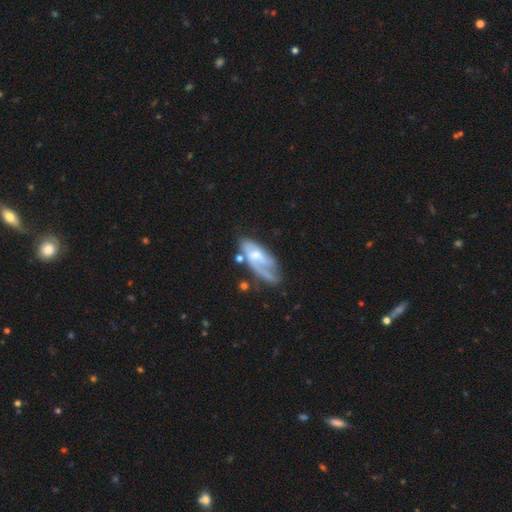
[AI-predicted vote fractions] smooth-or-featured: featured or disk: 63% | smooth: 31% | star or artifact: 6%
  disk-edge-on: no: 89% | yes: 11%
    bar: no: 50% | weak: 39% | strong: 12%
    has-spiral-arms: yes: 75% | no: 25%
    bulge-size: moderate: 43% | small: 36% | none: 13% | large: 7% | dominant: 1%
  merging: none: 36% | major disturbance: 27% | minor disturbance: 25% | merger: 11%